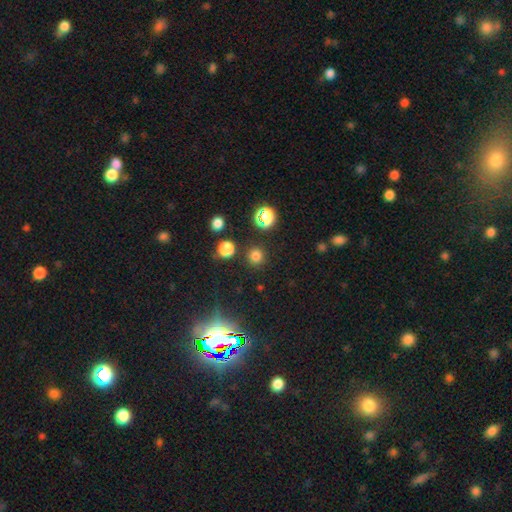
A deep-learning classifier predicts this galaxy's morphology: smooth 72%, star or artifact 23%, featured or disk 5%. Down the decision tree: how rounded — round (93%); merging — none (87%).